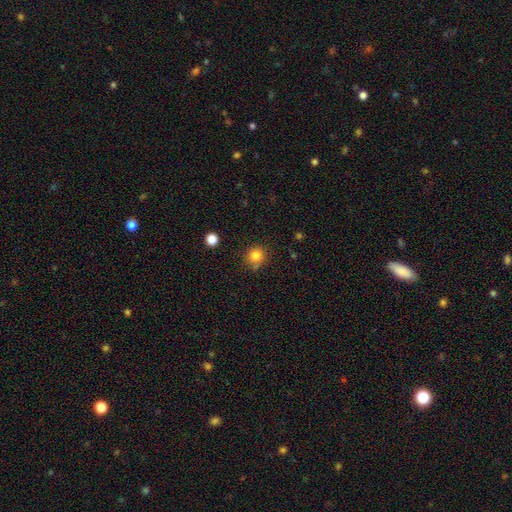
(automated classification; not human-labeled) Smooth or featured?
  - smooth: 82% *
  - star or artifact: 12%
  - featured or disk: 6%
How rounded?
  - round: 90% *
  - in between: 9%
  - cigar-shaped: 1%
Merging?
  - none: 76% *
  - minor disturbance: 14%
  - merger: 6%
  - major disturbance: 4%